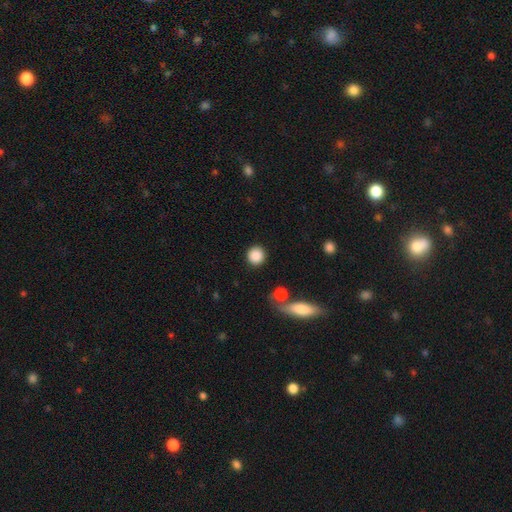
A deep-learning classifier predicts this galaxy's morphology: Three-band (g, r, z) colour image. It shows a smooth galaxy with no disk features (88%) that is round (91%). Merging: none (86%).